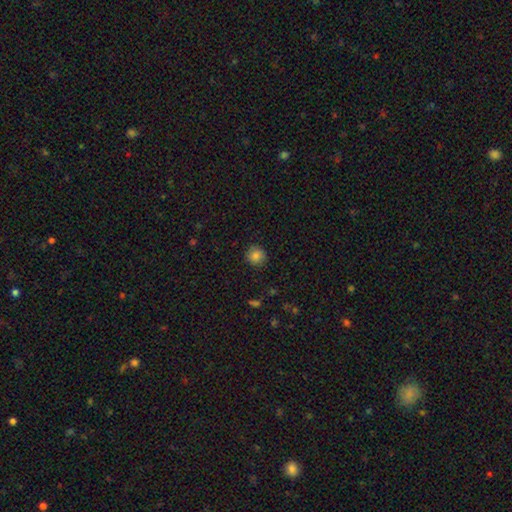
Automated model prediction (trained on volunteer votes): smooth-or-featured: smooth: 84% | star or artifact: 10% | featured or disk: 6%
  how-rounded: round: 93% | in between: 6% | cigar-shaped: 1%
  merging: none: 89% | minor disturbance: 8% | major disturbance: 2% | merger: 1%